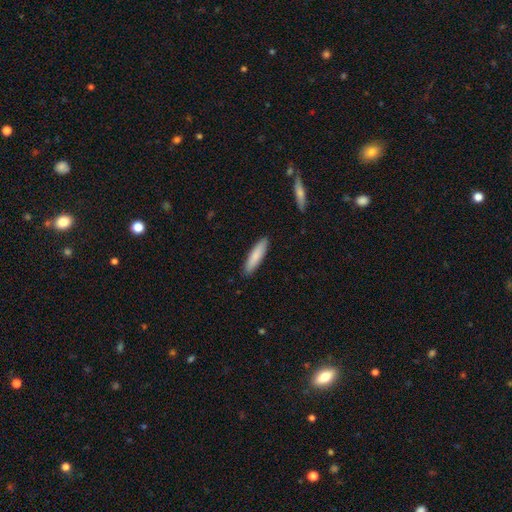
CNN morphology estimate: A smooth galaxy with no disk features (83%) that is cigar-shaped (76%). Merging: none (90%).